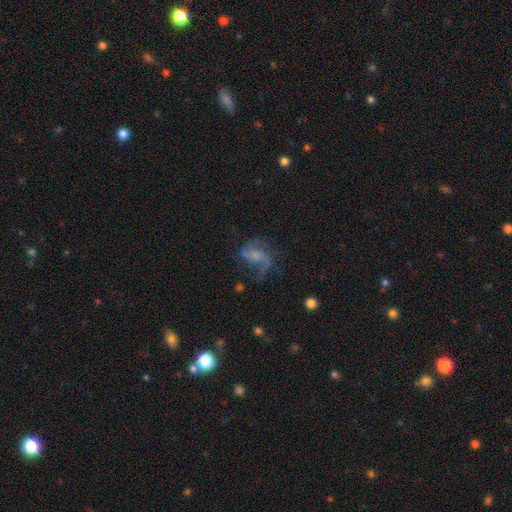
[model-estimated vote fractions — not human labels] smooth_or_featured: featured or disk (p=0.70) [alt: smooth p=0.20]
disk_edge_on: no (p=0.97) [alt: yes p=0.03]
bar: no (p=0.48) [alt: weak p=0.38]
has_spiral_arms: yes (p=0.87) [alt: no p=0.13]
spiral_winding: loose (p=0.59) [alt: medium p=0.33]
spiral_arm_count: 2 (p=0.62) [alt: 1 p=0.21]
bulge_size: small (p=0.44) [alt: none p=0.27]
merging: none (p=0.43) [alt: major disturbance p=0.34]